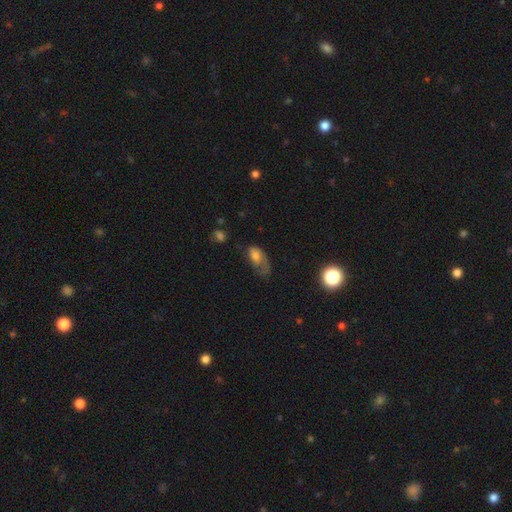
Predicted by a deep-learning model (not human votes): The model was most divided on "smooth or featured": smooth: 51%, featured or disk: 38%, star or artifact: 11%. Remaining: how rounded — in between (87%); merging — major disturbance (46%).